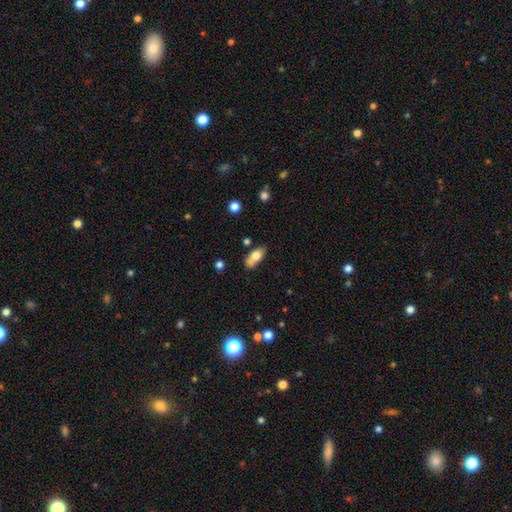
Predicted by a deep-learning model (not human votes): smooth 71%, featured or disk 21%, star or artifact 8%. Down the decision tree: how rounded — in between (83%); merging — none (54%).